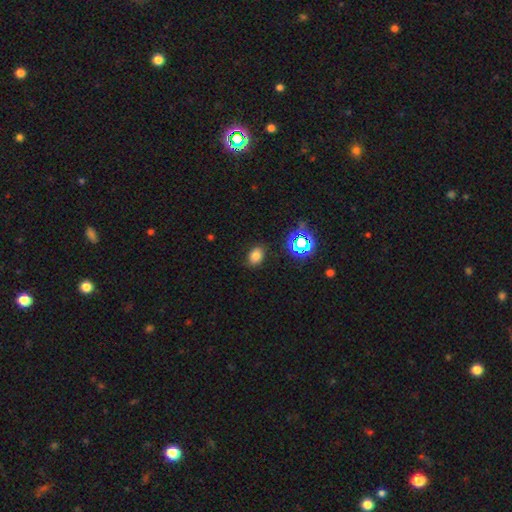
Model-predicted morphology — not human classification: This is likely a smooth galaxy (72%). How rounded: likely in between (71%). Merging: clearly none (82%).